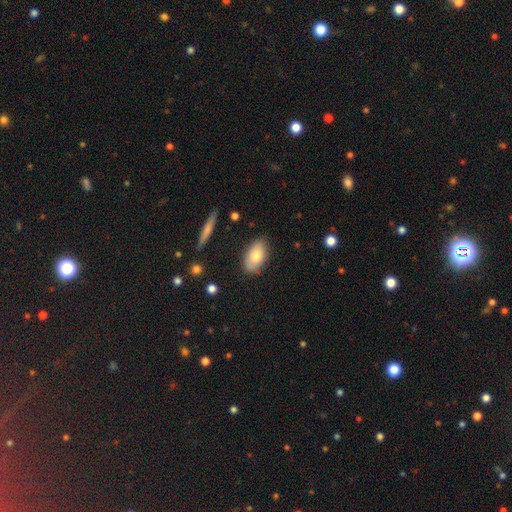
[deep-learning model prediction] Morphology: type=smooth (77%); roundness=in between (92%); merging=none (82%).